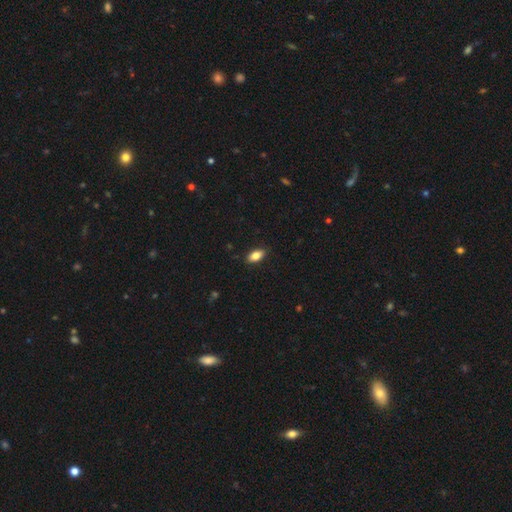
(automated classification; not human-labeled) Smooth or featured: smooth — 84% (featured or disk — 8%)
How rounded: in between — 90% (cigar-shaped — 6%)
Merging: none — 87% (minor disturbance — 10%)